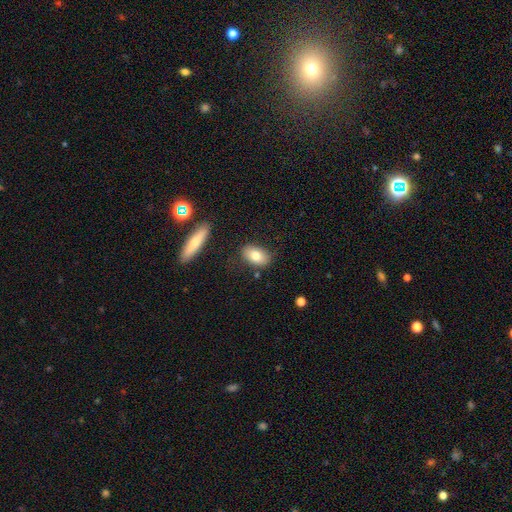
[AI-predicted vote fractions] The model was most divided on "smooth or featured": smooth: 79%, featured or disk: 14%, star or artifact: 7%. More confident: how rounded — in between (89%); merging — none (80%).